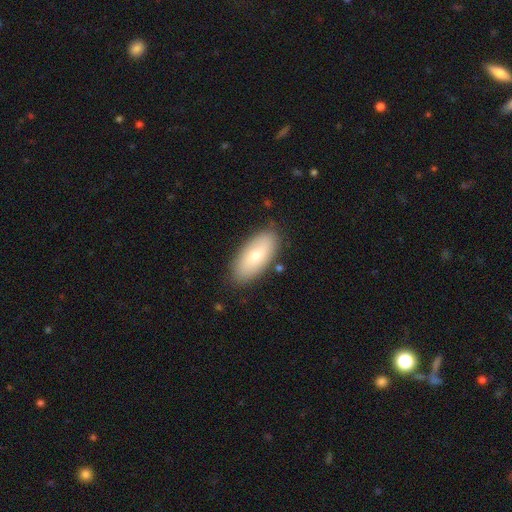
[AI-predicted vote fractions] Smooth or featured? Predicted: smooth (p=0.73). How rounded? Predicted: in between (p=0.88). Merging? Predicted: none (p=0.84).